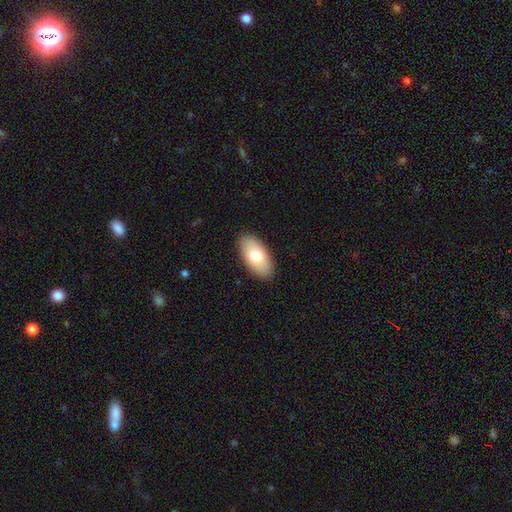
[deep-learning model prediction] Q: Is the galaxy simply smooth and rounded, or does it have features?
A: smooth — 75%.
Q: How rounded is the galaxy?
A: in between — 94%.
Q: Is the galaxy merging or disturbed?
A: none — 89%.